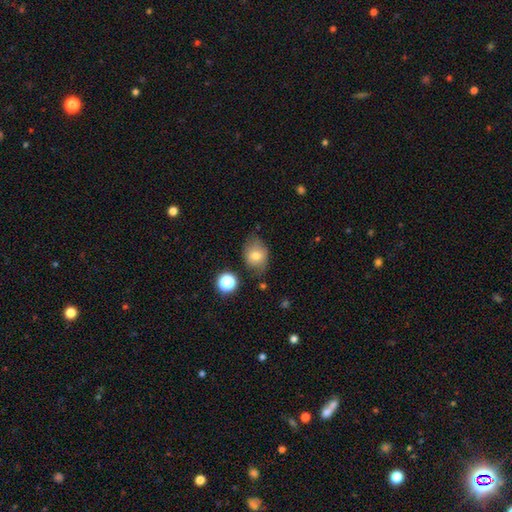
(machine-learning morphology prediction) This is likely a smooth galaxy (72%). How rounded: possibly in between (56%). Merging: likely none (61%).